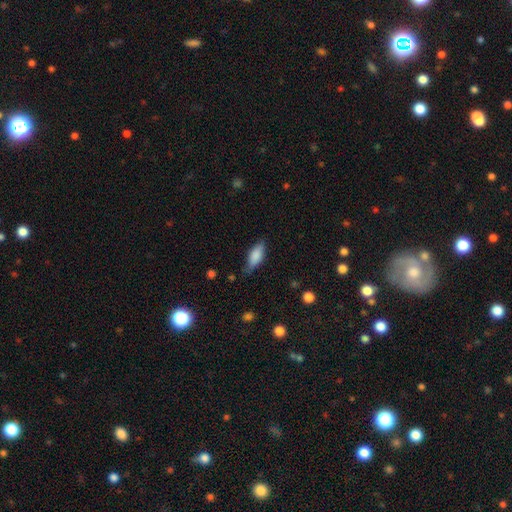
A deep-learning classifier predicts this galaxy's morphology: Q: Smooth or featured?
A: smooth (81%); runner-up: featured or disk (13%)
Q: How rounded?
A: in between (79%); runner-up: cigar-shaped (19%)
Q: Merging?
A: none (69%); runner-up: minor disturbance (24%)